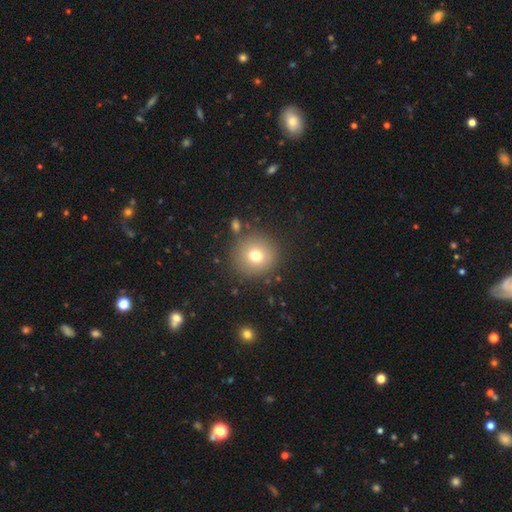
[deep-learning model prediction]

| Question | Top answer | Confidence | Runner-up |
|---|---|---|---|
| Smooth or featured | smooth | 73% | featured or disk (14%) |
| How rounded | round | 93% | in between (6%) |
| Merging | none | 85% | minor disturbance (8%) |